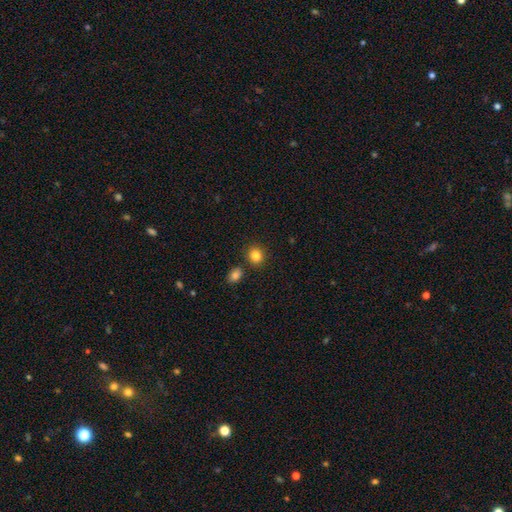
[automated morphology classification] This appears to be a smooth galaxy with no disk features (84%) that is round (81%). Merging: none (82%).